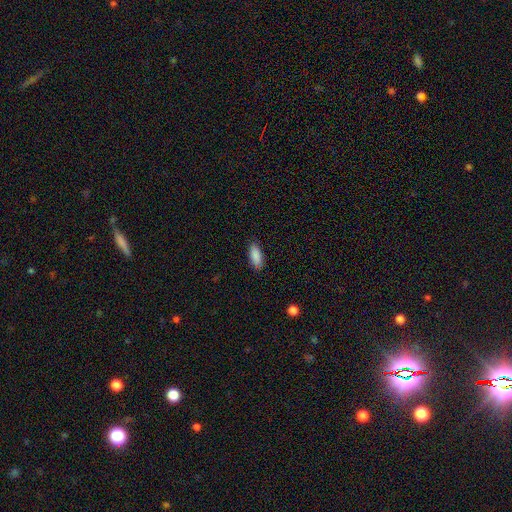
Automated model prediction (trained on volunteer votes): Smooth or featured? smooth (89%)
How rounded? in between (76%)
Merging? none (87%)